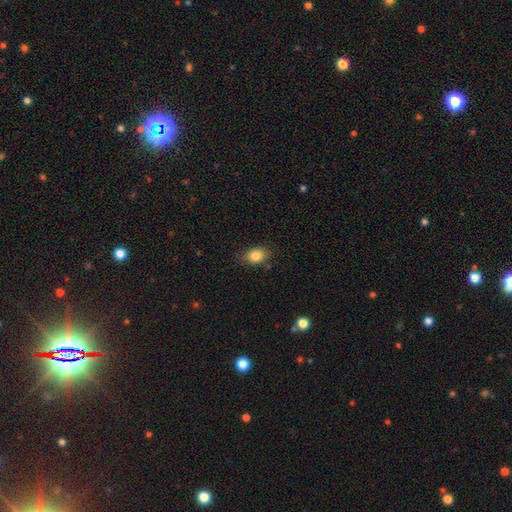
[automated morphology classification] smooth_or_featured: smooth (p=0.84) [alt: star or artifact p=0.09]
how_rounded: in between (p=0.73) [alt: round p=0.25]
merging: none (p=0.79) [alt: minor disturbance p=0.16]